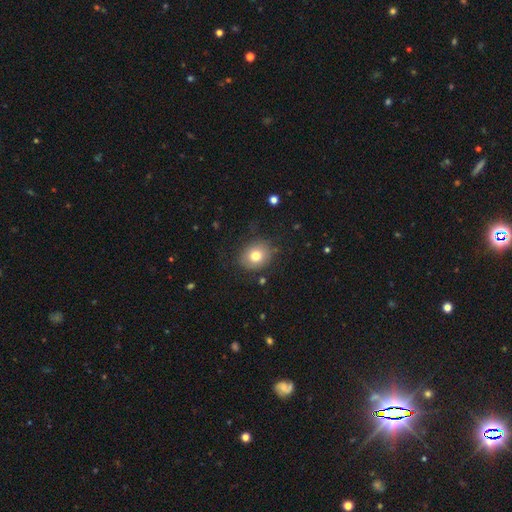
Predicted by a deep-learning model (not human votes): Smooth or featured? Predicted: smooth (p=0.76). How rounded? Predicted: round (p=0.63). Merging? Predicted: none (p=0.81).